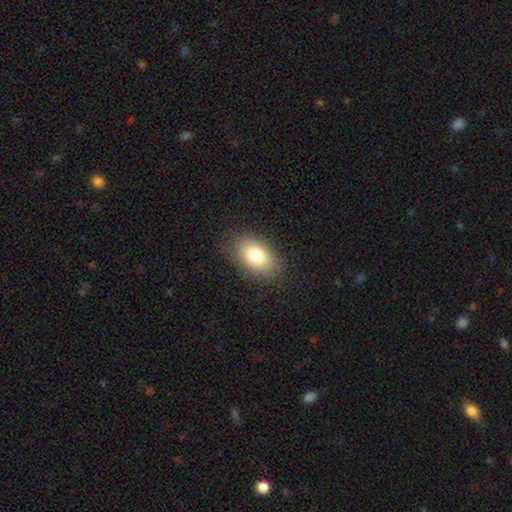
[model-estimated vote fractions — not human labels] smooth 79%, featured or disk 11%, star or artifact 9%. Down the decision tree: how rounded — in between (86%); merging — none (84%).